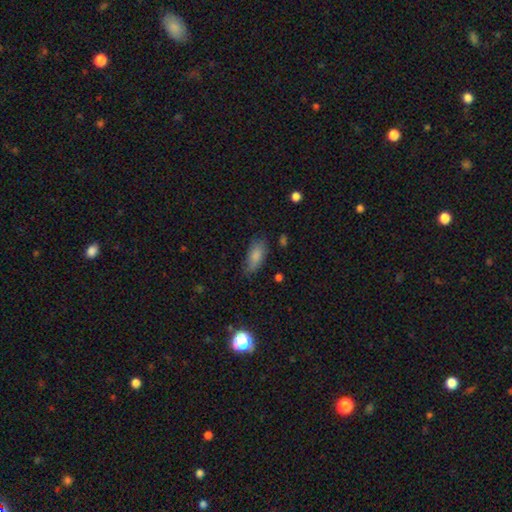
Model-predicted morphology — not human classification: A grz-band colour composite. It shows a smooth galaxy with no disk features (83%) that is in between round and cigar-shaped (84%). Merging: none (68%).